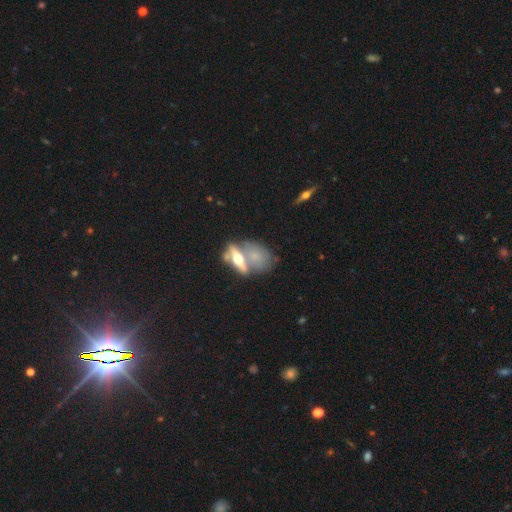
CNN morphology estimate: smooth_or_featured: featured or disk (p=0.47) [alt: smooth p=0.44]
merging: merger (p=0.49) [alt: none p=0.29]